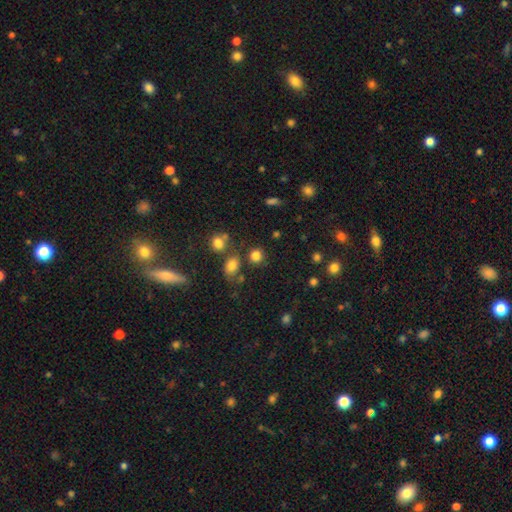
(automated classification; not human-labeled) Q: Smooth or featured?
A: smooth (80%); runner-up: star or artifact (14%)
Q: How rounded?
A: round (82%); runner-up: in between (16%)
Q: Merging?
A: none (75%); runner-up: merger (10%)